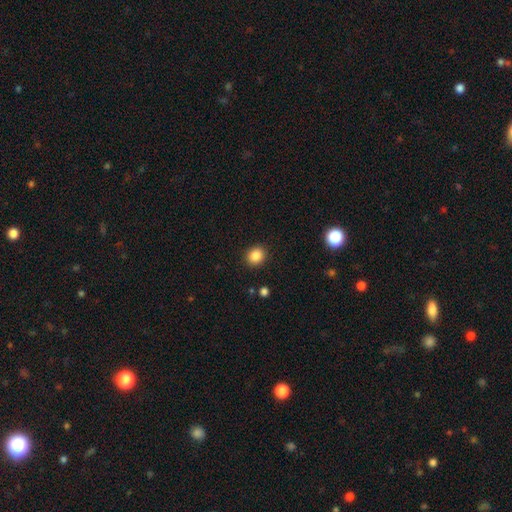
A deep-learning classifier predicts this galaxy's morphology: smooth-or-featured: smooth: 86% | star or artifact: 10% | featured or disk: 4%
  how-rounded: round: 76% | in between: 23% | cigar-shaped: 1%
  merging: none: 91% | minor disturbance: 6% | major disturbance: 2% | merger: 1%